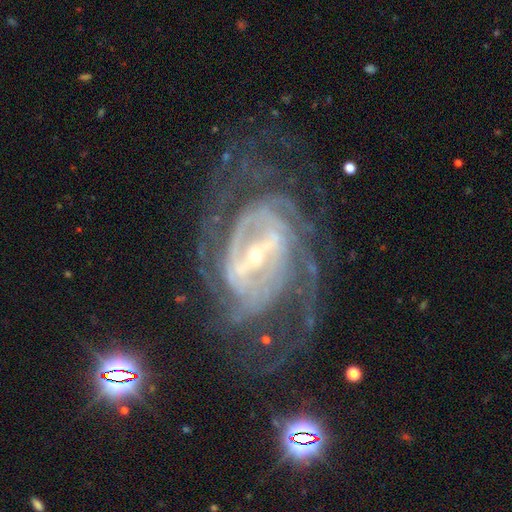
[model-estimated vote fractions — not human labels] featured or disk 91%, star or artifact 5%, smooth 3%. Down the decision tree: edge-on disk — no (97%); bar — strong (61%); spiral arms — yes (97%); spiral arm count — 2 (29%); spiral winding — tight (51%); bulge size — small (74%); merging — none (65%).